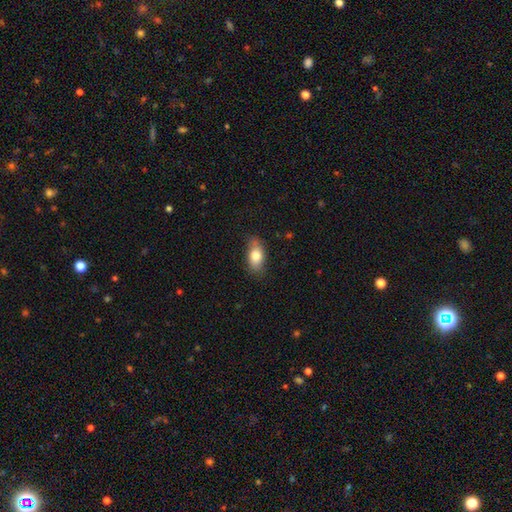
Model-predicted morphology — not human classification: A smooth galaxy with no disk features (80%) that is in between round and cigar-shaped (87%). Merging: none (77%).